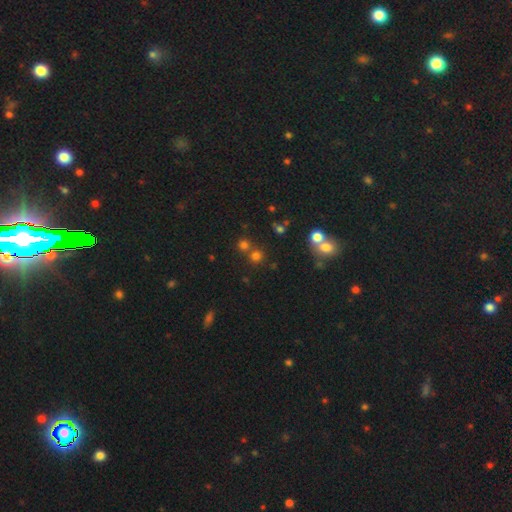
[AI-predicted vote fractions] smooth 66%, star or artifact 26%, featured or disk 8%. Down the decision tree: how rounded — round (91%); merging — none (66%).